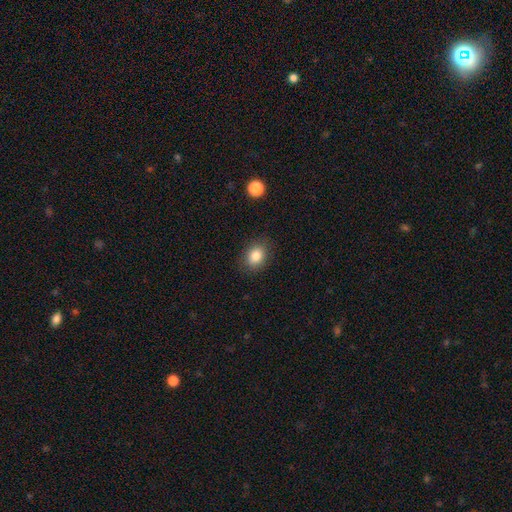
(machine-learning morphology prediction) Smooth or featured? smooth (84%)
How rounded? in between (61%)
Merging? none (86%)